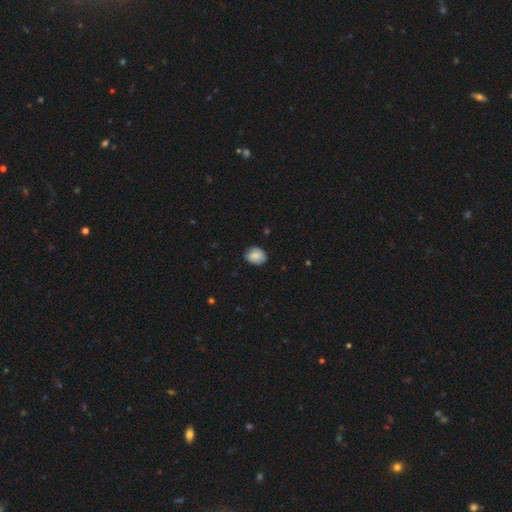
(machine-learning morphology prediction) smooth 86%, star or artifact 7%, featured or disk 7%. Down the decision tree: how rounded — round (55%); merging — none (82%).